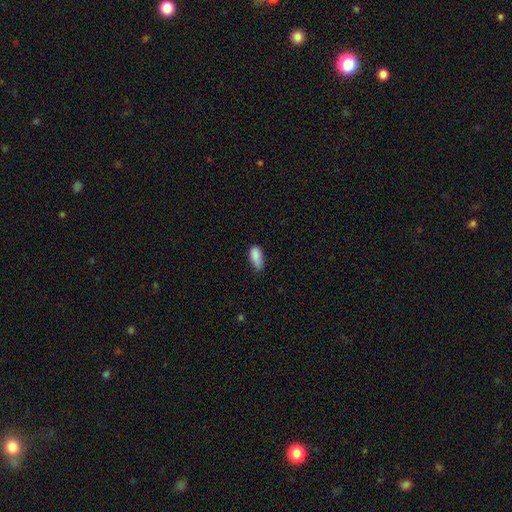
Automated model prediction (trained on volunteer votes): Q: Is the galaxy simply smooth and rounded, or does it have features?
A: smooth — 87%.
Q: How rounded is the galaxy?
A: in between — 89%.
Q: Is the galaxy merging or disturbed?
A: none — 54%.